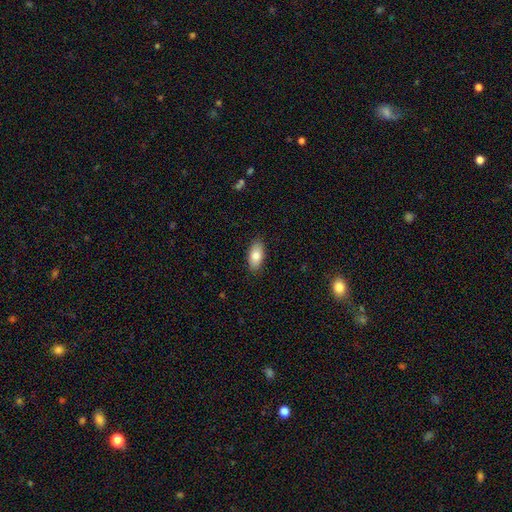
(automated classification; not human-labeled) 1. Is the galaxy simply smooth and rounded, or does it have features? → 83% smooth, 11% featured or disk, 6% star or artifact.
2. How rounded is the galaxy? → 90% in between, 7% cigar-shaped, 3% round.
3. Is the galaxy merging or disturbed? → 87% none, 10% minor disturbance, 2% major disturbance, 1% merger.